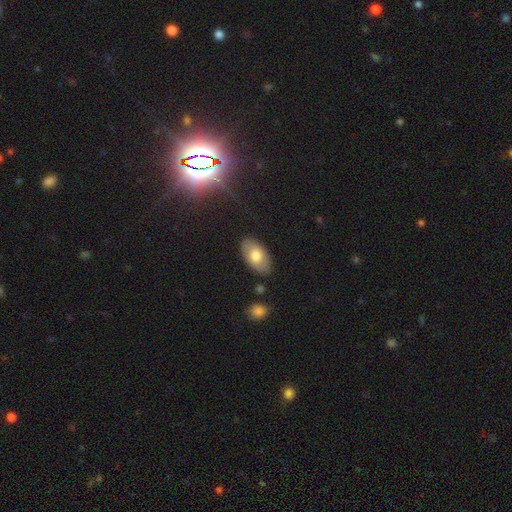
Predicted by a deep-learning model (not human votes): smooth 69%, featured or disk 24%, star or artifact 6%. Down the decision tree: how rounded — in between (94%); merging — none (84%).